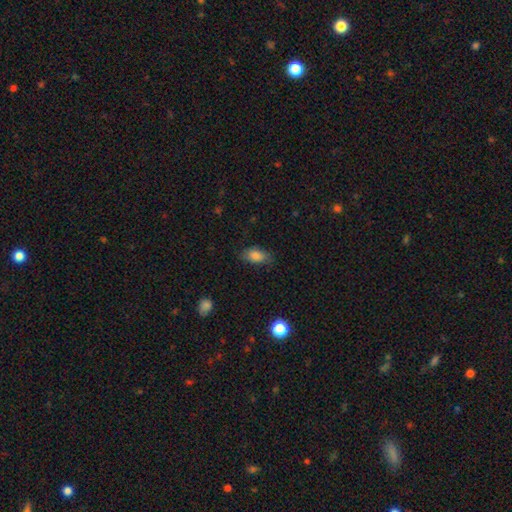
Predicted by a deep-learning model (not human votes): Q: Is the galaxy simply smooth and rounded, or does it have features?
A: smooth — 83%.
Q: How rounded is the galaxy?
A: in between — 88%.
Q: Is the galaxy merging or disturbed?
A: none — 77%.